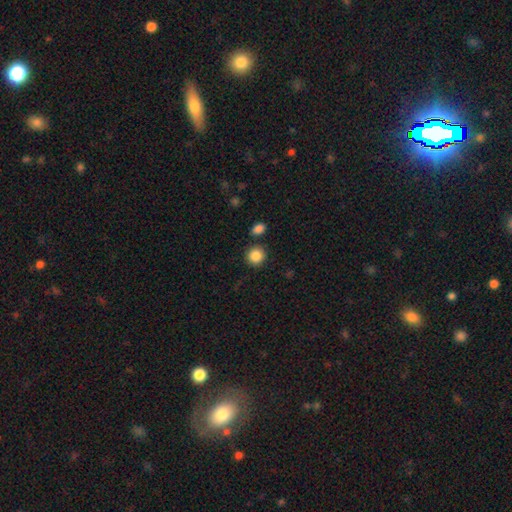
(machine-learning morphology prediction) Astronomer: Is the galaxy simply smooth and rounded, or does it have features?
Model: smooth — 87%.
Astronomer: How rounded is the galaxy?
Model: round — 90%.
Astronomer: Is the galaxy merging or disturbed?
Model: none — 85%.